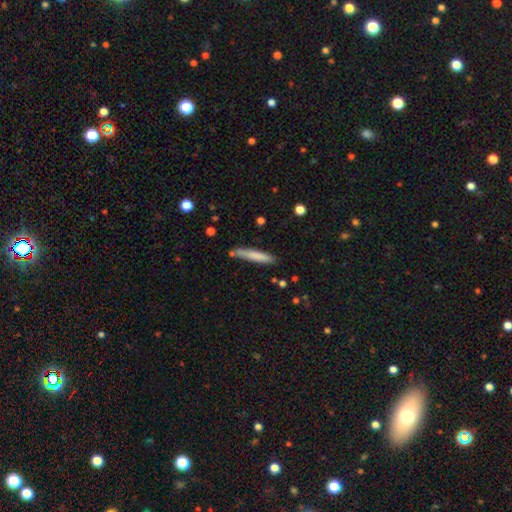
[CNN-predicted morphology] type=smooth (74%); roundness=cigar-shaped (93%); merging=none (79%).